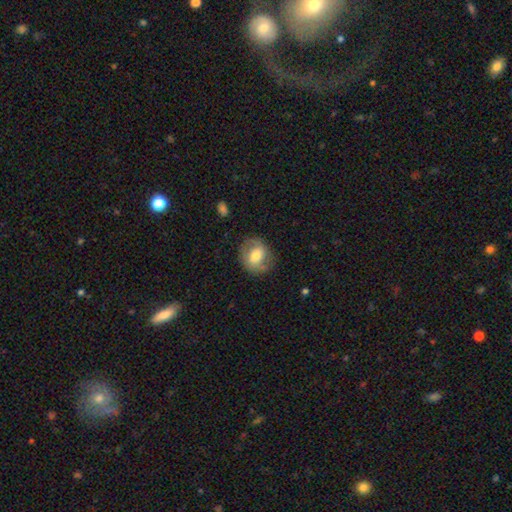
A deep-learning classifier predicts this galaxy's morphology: smooth 56%, featured or disk 37%, star or artifact 7%. Down the decision tree: how rounded — round (68%); merging — none (76%).